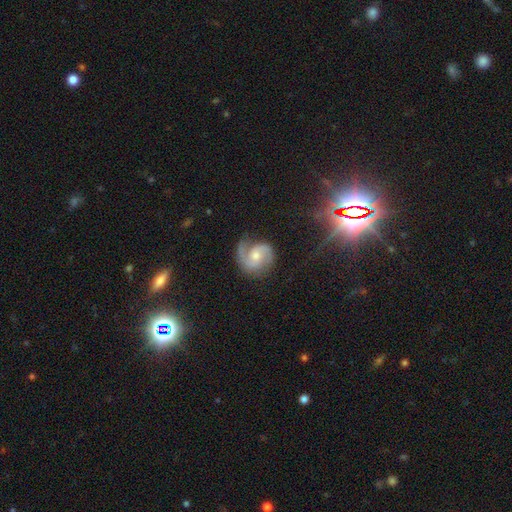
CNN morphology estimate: A featured or disk galaxy (87%) with no bar (63%), 2 (87%) medium (52%) spiral arms (98%) and a moderate central bulge (48%). Merging: none (73%).